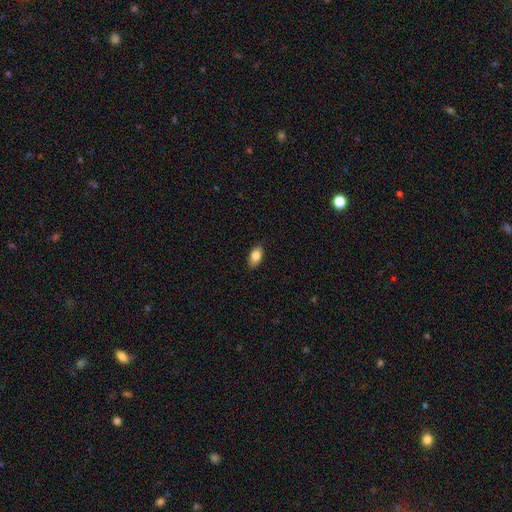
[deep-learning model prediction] A smooth galaxy with no disk features (82%) that is in between round and cigar-shaped (90%). Merging: none (86%).